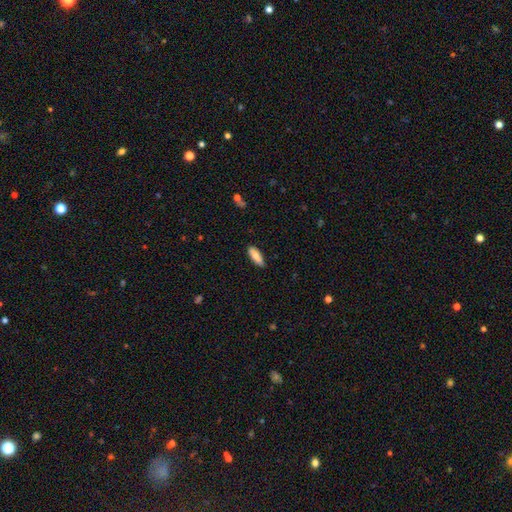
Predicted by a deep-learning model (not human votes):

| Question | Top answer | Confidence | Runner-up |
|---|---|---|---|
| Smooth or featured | smooth | 77% | featured or disk (16%) |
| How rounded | in between | 64% | cigar-shaped (34%) |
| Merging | none | 83% | minor disturbance (14%) |